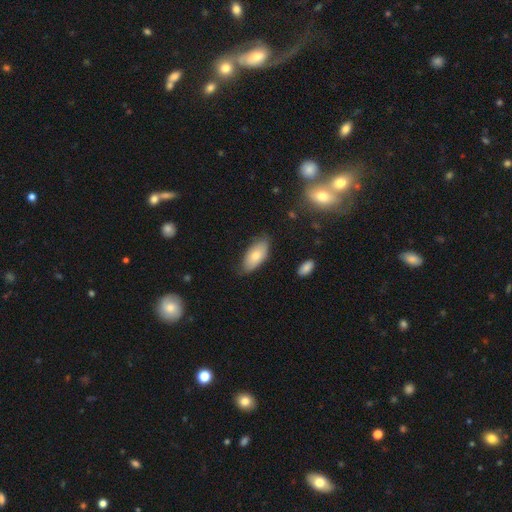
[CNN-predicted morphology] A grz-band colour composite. It shows a smooth galaxy with no disk features (78%) that is in between round and cigar-shaped (91%). Merging: none (76%).